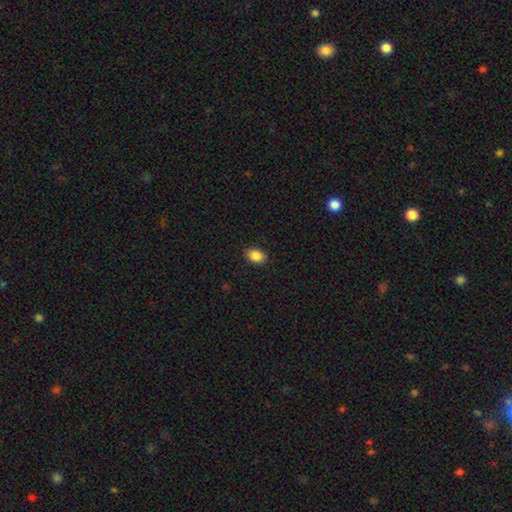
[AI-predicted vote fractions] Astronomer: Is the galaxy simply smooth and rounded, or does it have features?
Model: smooth — 88%.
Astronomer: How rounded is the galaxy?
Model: in between — 78%.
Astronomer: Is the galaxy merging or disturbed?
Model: none — 89%.